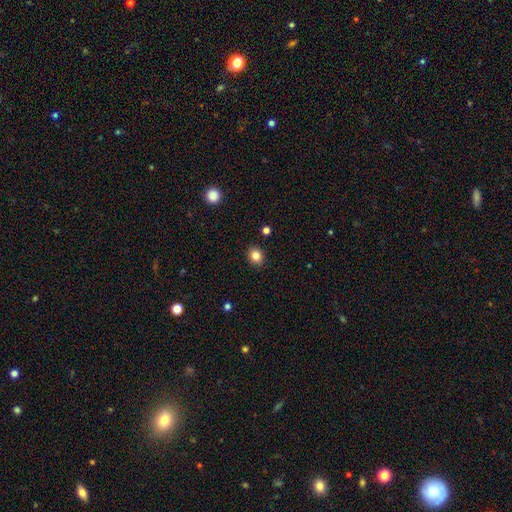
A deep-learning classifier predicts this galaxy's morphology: Smooth or featured? Predicted: smooth (p=0.82). How rounded? Predicted: round (p=0.66). Merging? Predicted: none (p=0.90).